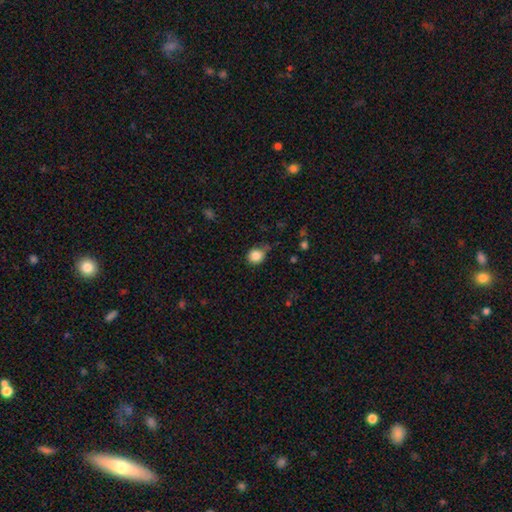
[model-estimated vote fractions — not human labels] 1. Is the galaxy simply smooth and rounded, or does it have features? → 85% smooth, 10% star or artifact, 5% featured or disk.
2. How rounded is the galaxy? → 86% round, 14% in between, 1% cigar-shaped.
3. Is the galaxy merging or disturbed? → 73% none, 19% minor disturbance, 4% merger, 4% major disturbance.